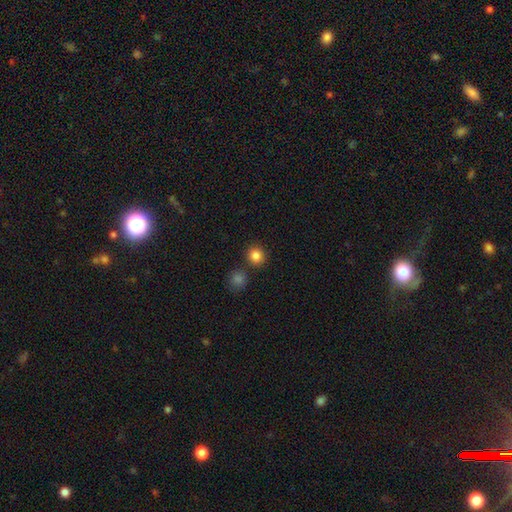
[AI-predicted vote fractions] Smooth or featured? Predicted: smooth (p=0.85). How rounded? Predicted: round (p=0.92). Merging? Predicted: none (p=0.83).